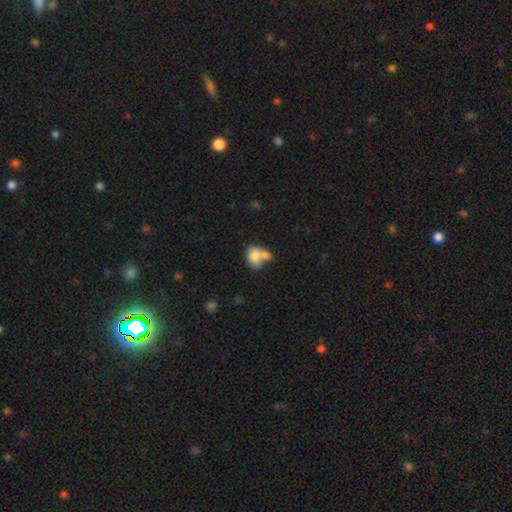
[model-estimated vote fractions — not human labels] A smooth galaxy with no disk features (78%) that is in between round and cigar-shaped (59%). Merging: merger (57%).